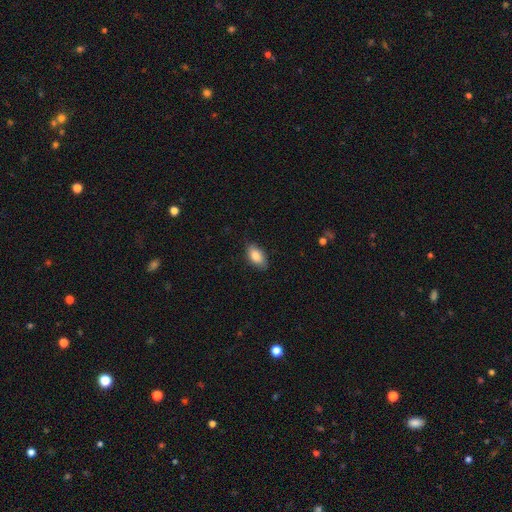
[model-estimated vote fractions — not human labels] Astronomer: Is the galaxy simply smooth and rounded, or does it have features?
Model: smooth — 85%.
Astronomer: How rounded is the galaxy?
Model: in between — 92%.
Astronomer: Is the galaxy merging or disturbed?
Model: none — 84%.